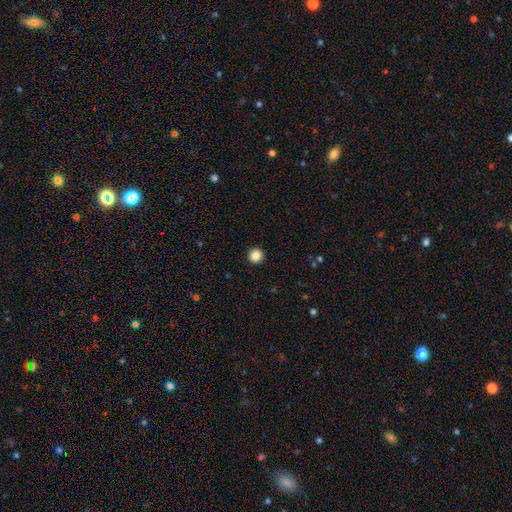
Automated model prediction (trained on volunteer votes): smooth_or_featured: smooth (p=0.86) [alt: star or artifact p=0.10]
how_rounded: round (p=0.96) [alt: in between p=0.03]
merging: none (p=0.93) [alt: minor disturbance p=0.04]